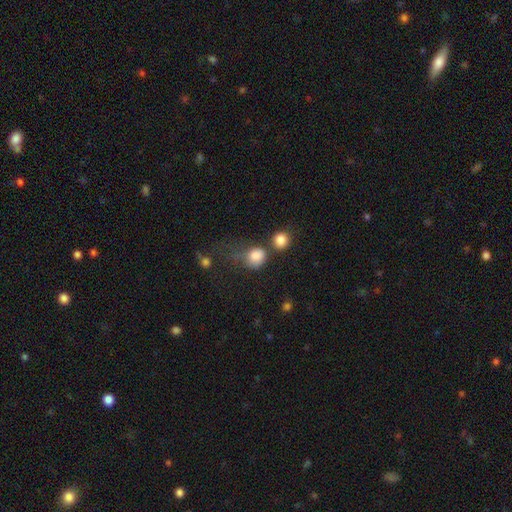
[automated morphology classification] A smooth galaxy with no disk features (81%) that is round (70%).

Vote fractions:
- Smooth or featured? smooth: 81% / star or artifact: 11% / featured or disk: 8%
- How rounded? round: 70% / in between: 29% / cigar-shaped: 1%
- Merging? none: 37% / merger: 22% / minor disturbance: 21% / major disturbance: 20%